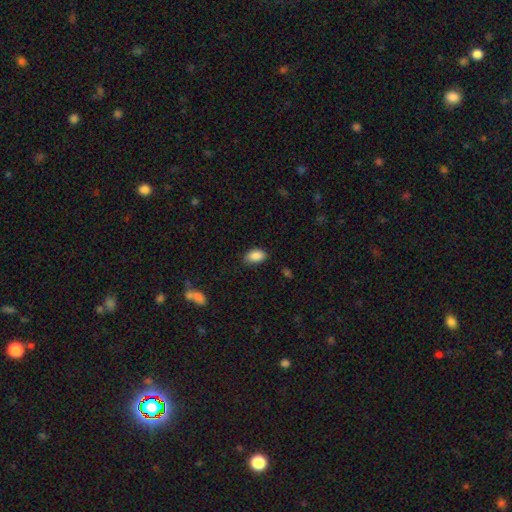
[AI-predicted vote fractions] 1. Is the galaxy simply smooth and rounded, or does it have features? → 88% smooth, 8% star or artifact, 5% featured or disk.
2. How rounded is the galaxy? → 91% in between, 7% round, 2% cigar-shaped.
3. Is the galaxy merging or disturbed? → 80% none, 16% minor disturbance, 3% major disturbance, 1% merger.